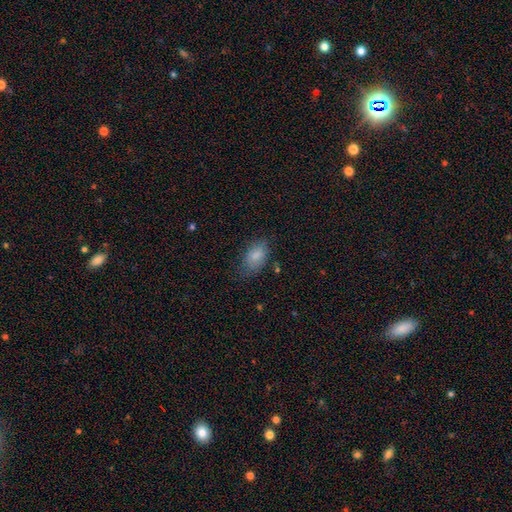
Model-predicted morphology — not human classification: smooth_or_featured: smooth (p=0.84) [alt: featured or disk p=0.09]
how_rounded: in between (p=0.90) [alt: round p=0.08]
merging: none (p=0.69) [alt: minor disturbance p=0.23]